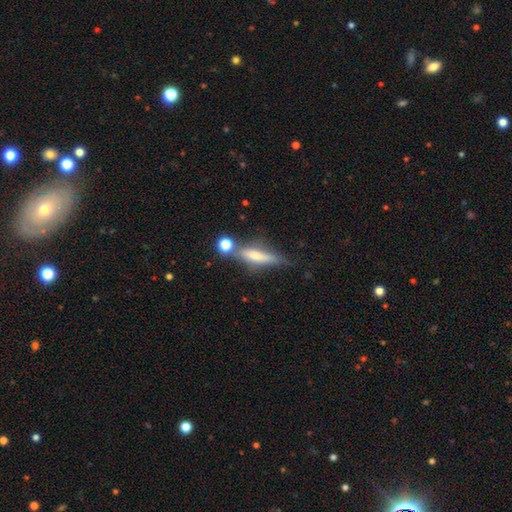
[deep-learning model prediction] Smooth or featured?
  - smooth: 54% *
  - featured or disk: 37%
  - star or artifact: 9%
How rounded?
  - cigar-shaped: 75% *
  - in between: 21%
  - round: 4%
Merging?
  - none: 54% *
  - minor disturbance: 19%
  - merger: 18%
  - major disturbance: 9%